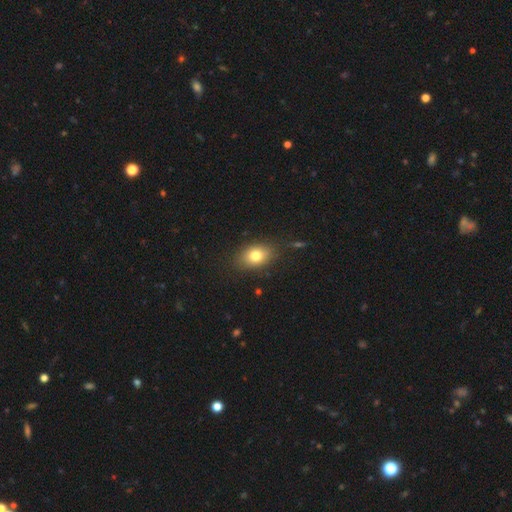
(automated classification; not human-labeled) smooth_or_featured: smooth (p=0.78) [alt: featured or disk p=0.12]
how_rounded: in between (p=0.75) [alt: round p=0.24]
merging: none (p=0.82) [alt: minor disturbance p=0.12]